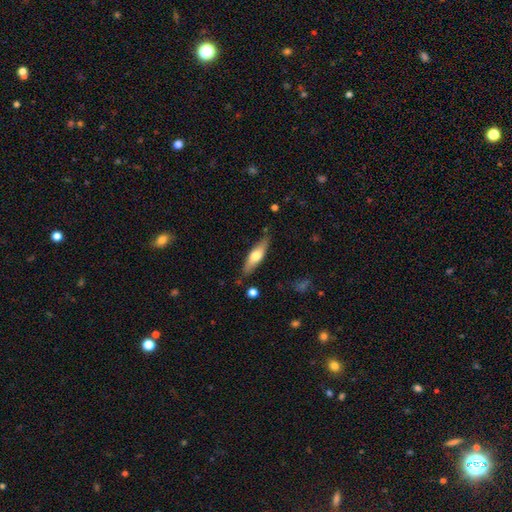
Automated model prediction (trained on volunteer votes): A smooth galaxy with no disk features (55%) that is cigar-shaped (60%). Merging: none (82%).